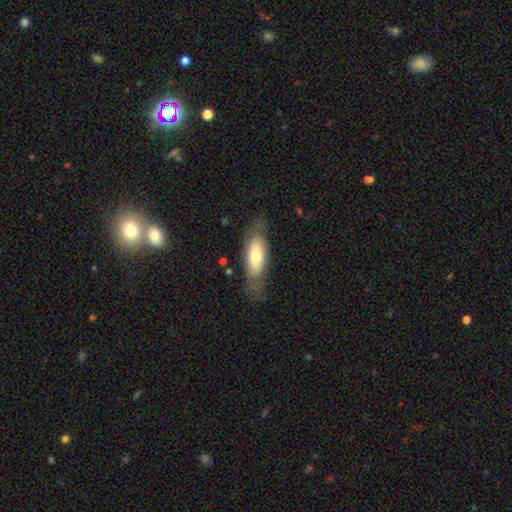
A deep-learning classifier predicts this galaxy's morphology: A smooth galaxy with no disk features (62%) that is in between round and cigar-shaped (74%).

Vote fractions:
- Smooth or featured? smooth: 62% / featured or disk: 32% / star or artifact: 6%
- How rounded? in between: 74% / cigar-shaped: 23% / round: 2%
- Merging? none: 67% / minor disturbance: 22% / major disturbance: 9% / merger: 2%